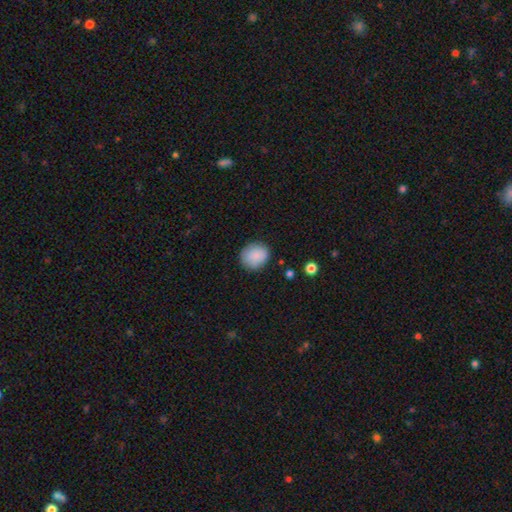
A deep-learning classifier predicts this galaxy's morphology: This is clearly a smooth galaxy (87%). How rounded: likely round (76%). Merging: clearly none (84%).